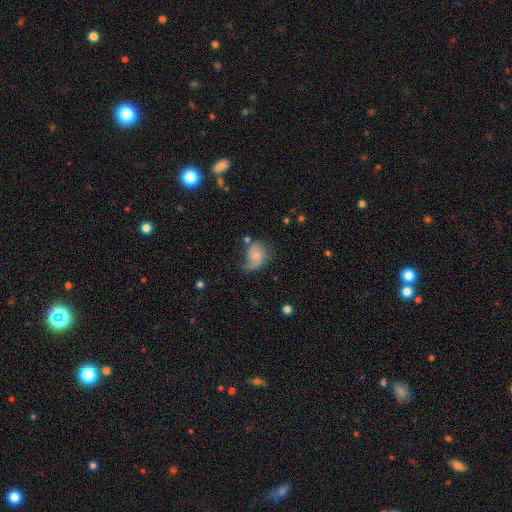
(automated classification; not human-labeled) Smooth or featured? Predicted: smooth (p=0.48). Merging? Predicted: none (p=0.36).